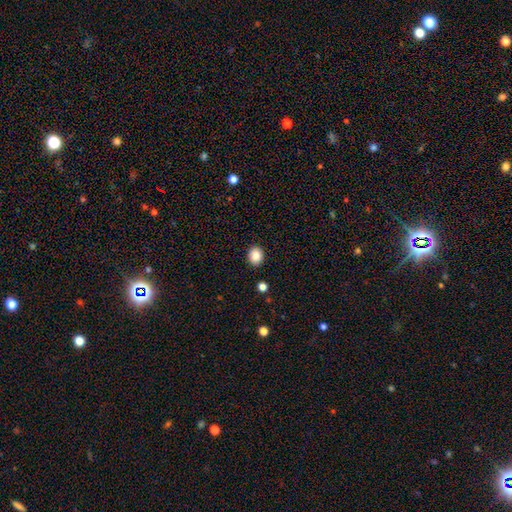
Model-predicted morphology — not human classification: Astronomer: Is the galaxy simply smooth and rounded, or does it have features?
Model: smooth — 87%.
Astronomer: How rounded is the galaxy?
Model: round — 58% (runner-up: in between, 41%).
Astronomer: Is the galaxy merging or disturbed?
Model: none — 90%.